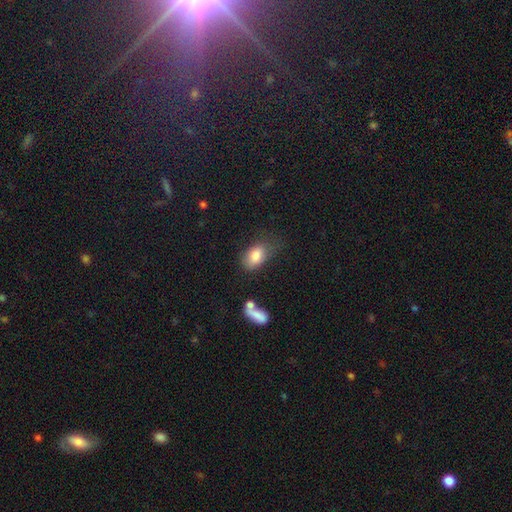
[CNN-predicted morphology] A smooth galaxy with no disk features (83%) that is in between round and cigar-shaped (88%). Merging: none (54%).